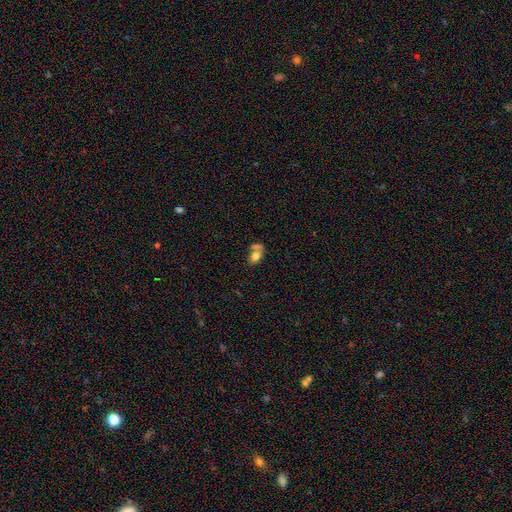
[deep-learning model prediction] Smooth or featured?
  - smooth: 73% *
  - featured or disk: 17%
  - star or artifact: 9%
How rounded?
  - in between: 84% *
  - round: 14%
  - cigar-shaped: 3%
Merging?
  - merger: 46% *
  - none: 35%
  - minor disturbance: 12%
  - major disturbance: 7%